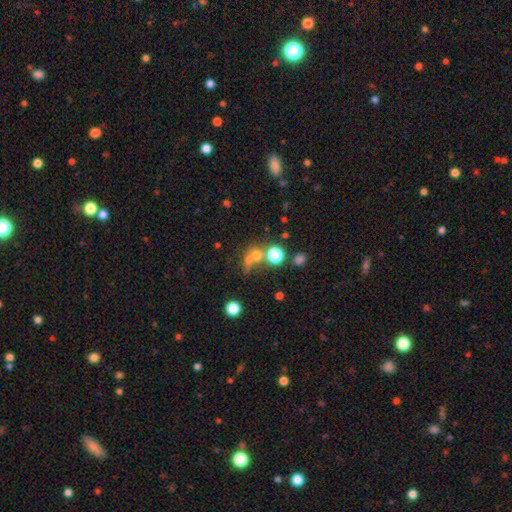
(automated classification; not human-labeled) A smooth galaxy with no disk features (58%) that is round (76%).

Vote fractions:
- Smooth or featured? smooth: 58% / star or artifact: 27% / featured or disk: 15%
- How rounded? round: 76% / in between: 22% / cigar-shaped: 3%
- Merging? none: 41% / merger: 39% / minor disturbance: 10% / major disturbance: 10%